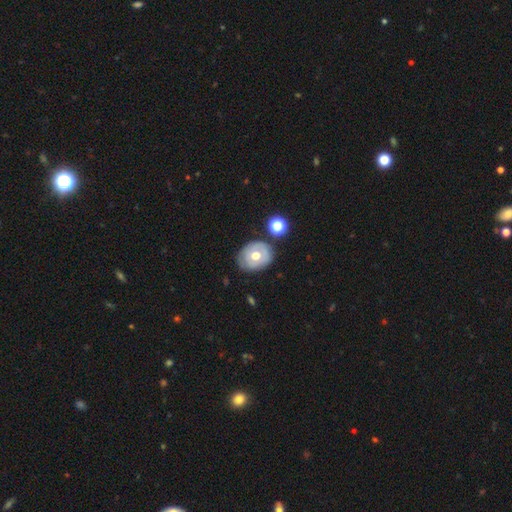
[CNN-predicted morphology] Smooth or featured?
  - smooth: 47% *
  - featured or disk: 44%
  - star or artifact: 9%
Merging?
  - none: 71% *
  - minor disturbance: 18%
  - merger: 6%
  - major disturbance: 5%